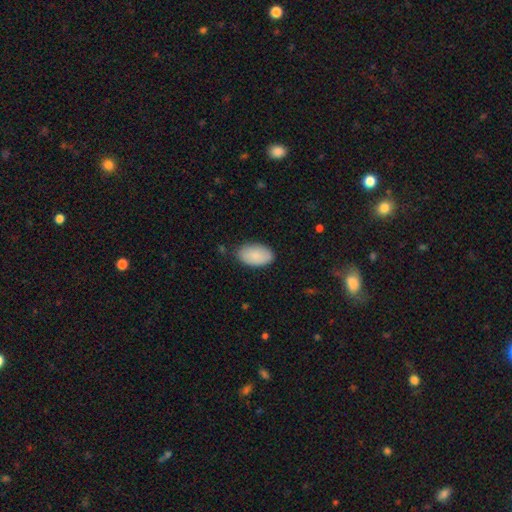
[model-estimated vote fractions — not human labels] This appears to be a smooth galaxy with no disk features (88%) that is in between round and cigar-shaped (95%). Merging: none (82%).